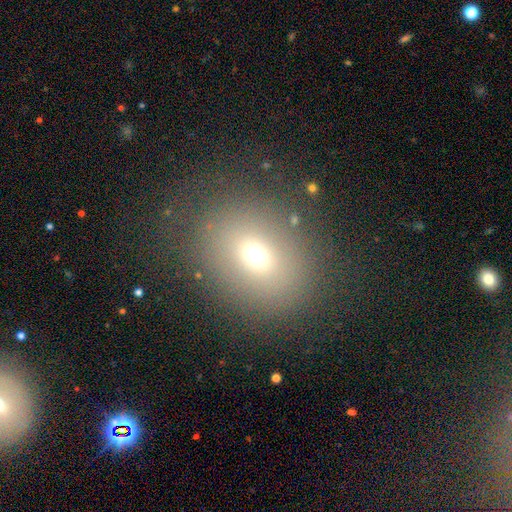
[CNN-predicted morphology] Smooth or featured? smooth (67%)
How rounded? round (51%)
Merging? none (79%)